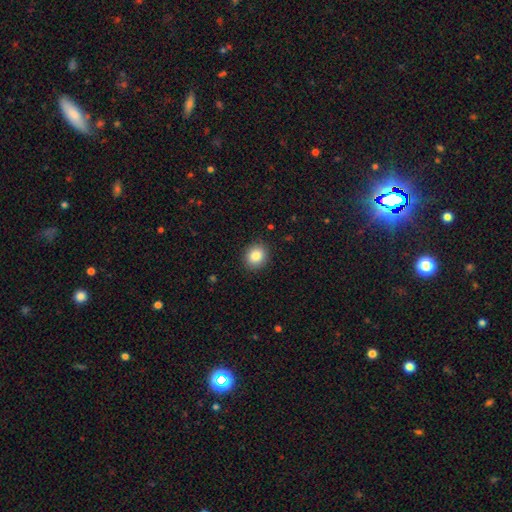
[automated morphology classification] Q: Smooth or featured?
A: smooth (86%); runner-up: star or artifact (9%)
Q: How rounded?
A: round (72%); runner-up: in between (27%)
Q: Merging?
A: none (89%); runner-up: minor disturbance (8%)